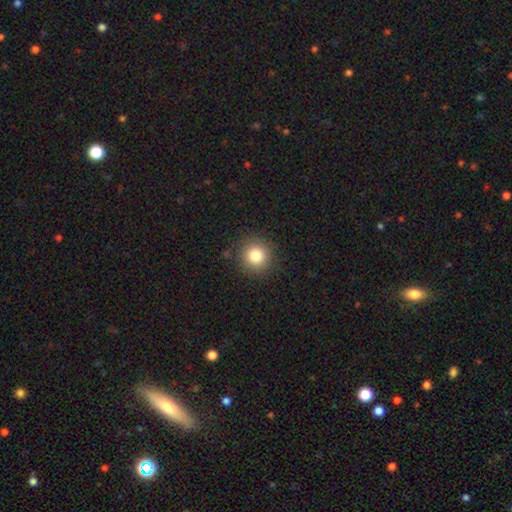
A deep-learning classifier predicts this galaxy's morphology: Smooth or featured?
  - smooth: 82% *
  - star or artifact: 11%
  - featured or disk: 7%
How rounded?
  - round: 94% *
  - in between: 6%
  - cigar-shaped: 1%
Merging?
  - none: 89% *
  - minor disturbance: 7%
  - major disturbance: 2%
  - merger: 1%